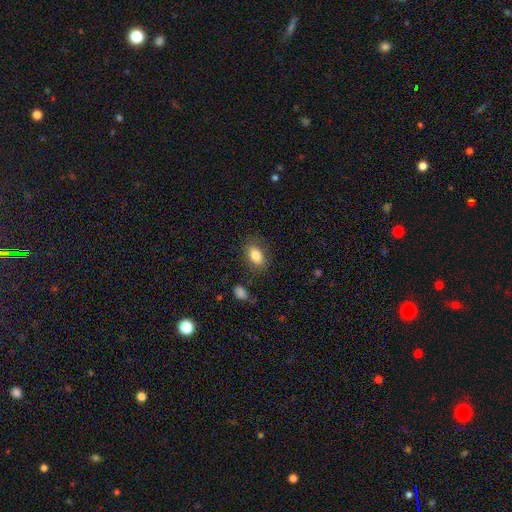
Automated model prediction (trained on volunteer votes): Smooth or featured? smooth (83%)
How rounded? in between (86%)
Merging? none (80%)